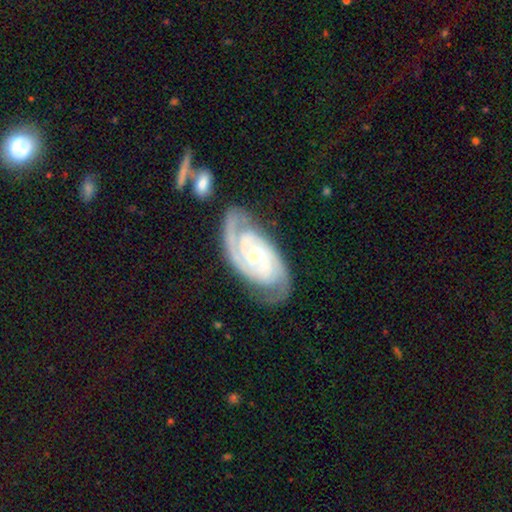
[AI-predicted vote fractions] smooth-or-featured: featured or disk: 91% | smooth: 5% | star or artifact: 4%
  disk-edge-on: no: 96% | yes: 4%
    bar: no: 51% | weak: 36% | strong: 13%
    has-spiral-arms: yes: 98% | no: 2%
      spiral-winding: tight: 70% | medium: 27% | loose: 3%
      spiral-arm-count: 2: 76% | 3: 12% | can't tell: 6% | 4: 2% | 1: 2% | more than 4: 2%
    bulge-size: small: 57% | moderate: 37% | none: 3% | large: 2% | dominant: 1%
  merging: none: 74% | minor disturbance: 17% | major disturbance: 5% | merger: 3%